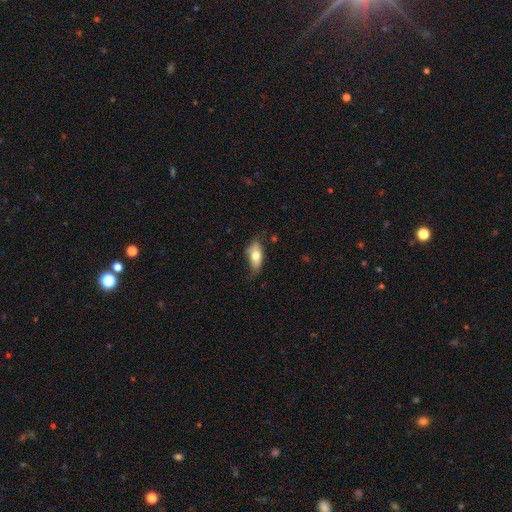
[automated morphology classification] Q: Smooth or featured?
A: smooth (69%); runner-up: featured or disk (25%)
Q: How rounded?
A: in between (84%); runner-up: cigar-shaped (12%)
Q: Merging?
A: none (63%); runner-up: minor disturbance (28%)